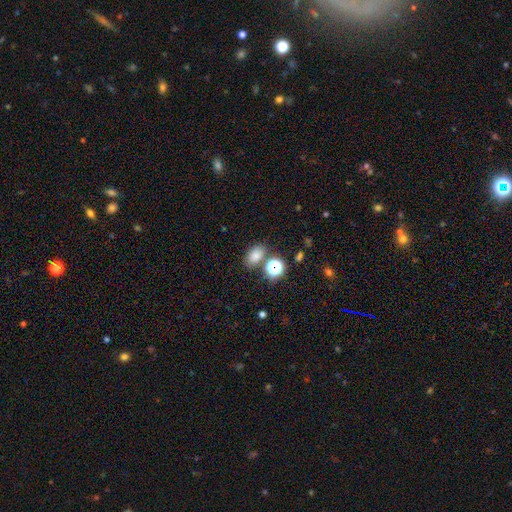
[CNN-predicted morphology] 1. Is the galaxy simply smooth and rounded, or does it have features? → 76% smooth, 17% star or artifact, 7% featured or disk.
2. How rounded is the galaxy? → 75% in between, 24% round, 1% cigar-shaped.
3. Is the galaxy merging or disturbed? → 73% none, 12% merger, 11% minor disturbance, 4% major disturbance.